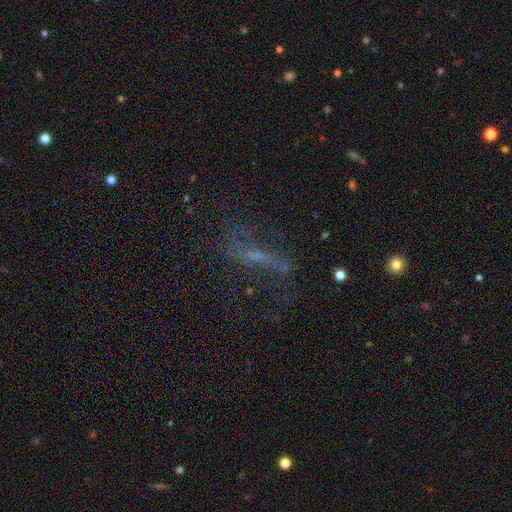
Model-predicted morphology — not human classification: A featured or disk galaxy (46%).

Vote fractions:
- Smooth or featured? featured or disk: 46% / smooth: 31% / star or artifact: 23%
- Merging? none: 53% / major disturbance: 25% / minor disturbance: 18% / merger: 4%